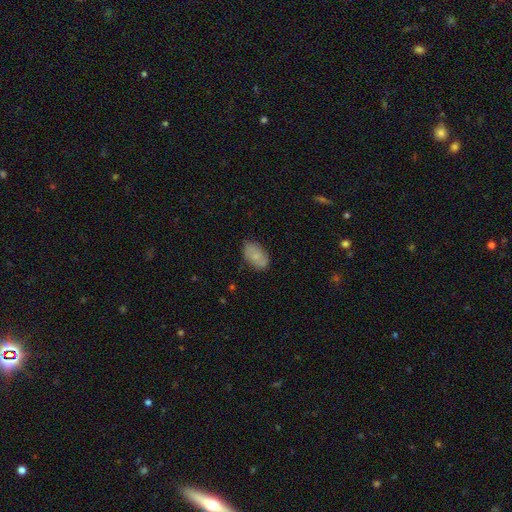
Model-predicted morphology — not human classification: smooth_or_featured: smooth (p=0.70) [alt: featured or disk p=0.23]
how_rounded: in between (p=0.92) [alt: round p=0.06]
merging: none (p=0.78) [alt: minor disturbance p=0.17]